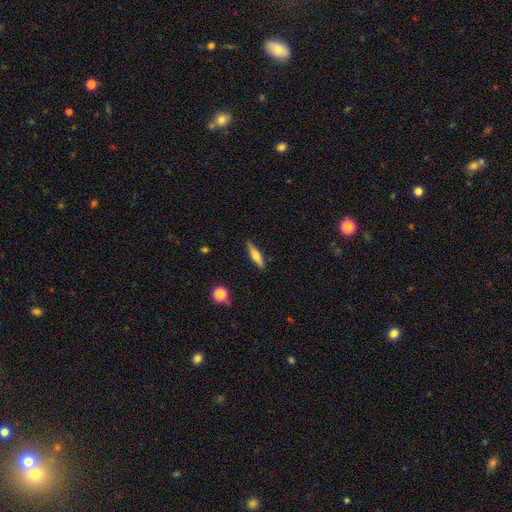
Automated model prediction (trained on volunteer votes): A smooth galaxy with no disk features (50%).

Vote fractions:
- Smooth or featured? smooth: 50% / featured or disk: 43% / star or artifact: 7%
- Merging? none: 86% / minor disturbance: 11% / major disturbance: 2% / merger: 1%